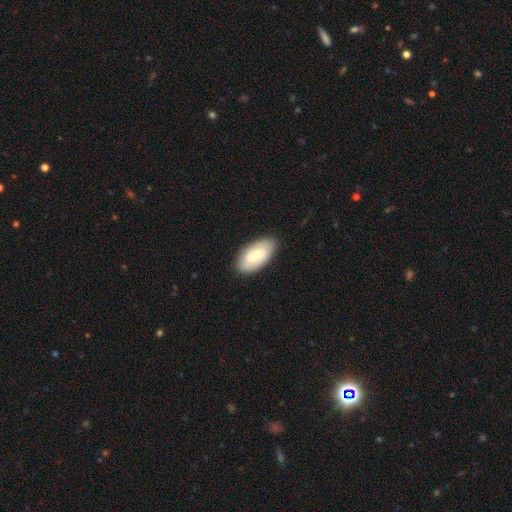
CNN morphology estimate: Smooth or featured? smooth (62%)
How rounded? in between (93%)
Merging? none (86%)